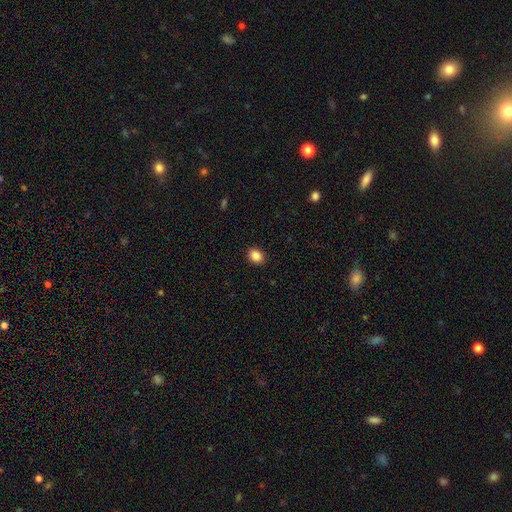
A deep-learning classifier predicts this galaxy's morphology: Smooth or featured?
  - smooth: 87% *
  - star or artifact: 9%
  - featured or disk: 3%
How rounded?
  - in between: 51% *
  - round: 48%
  - cigar-shaped: 1%
Merging?
  - none: 90% *
  - minor disturbance: 7%
  - major disturbance: 2%
  - merger: 1%